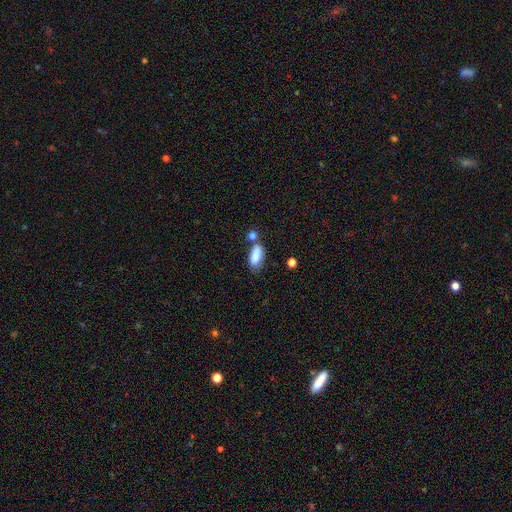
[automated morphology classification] Smooth or featured? smooth (81%)
How rounded? in between (77%)
Merging? none (47%)